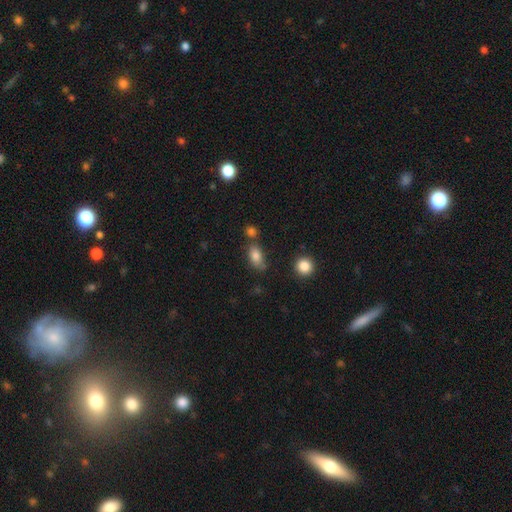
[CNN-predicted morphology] A smooth galaxy with no disk features (81%) that is in between round and cigar-shaped (85%).

Vote fractions:
- Smooth or featured? smooth: 81% / star or artifact: 10% / featured or disk: 9%
- How rounded? in between: 85% / round: 10% / cigar-shaped: 5%
- Merging? none: 60% / minor disturbance: 20% / merger: 14% / major disturbance: 6%